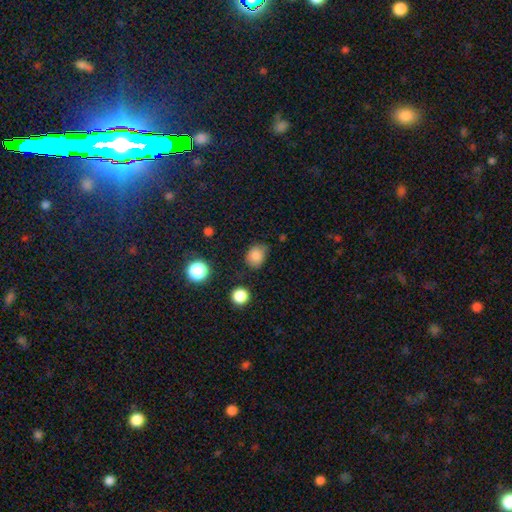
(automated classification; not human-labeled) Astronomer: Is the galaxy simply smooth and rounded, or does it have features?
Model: smooth — 84%.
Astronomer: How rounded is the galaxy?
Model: round — 60% (runner-up: in between, 39%).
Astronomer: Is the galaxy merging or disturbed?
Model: none — 68%.